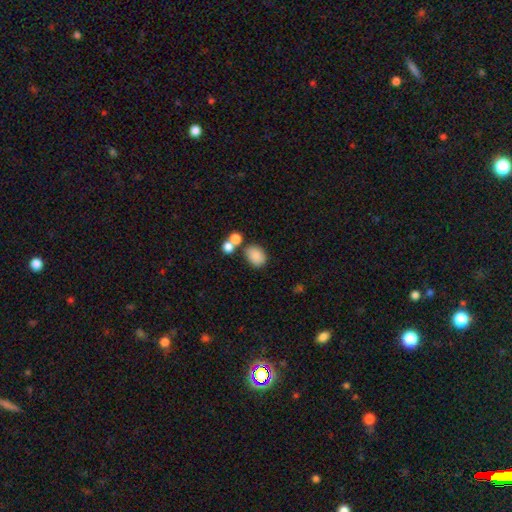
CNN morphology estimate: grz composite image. It shows a smooth galaxy with no disk features (83%) that is in between round and cigar-shaped (70%). Merging: none (64%).